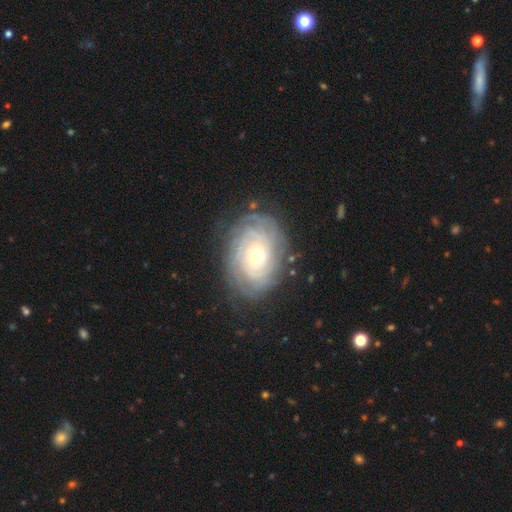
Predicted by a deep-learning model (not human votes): Q: Smooth or featured?
A: featured or disk (85%); runner-up: smooth (9%)
Q: Edge-on disk?
A: no (97%); runner-up: yes (3%)
Q: Bar?
A: no (80%); runner-up: weak (15%)
Q: Spiral arms?
A: yes (96%); runner-up: no (4%)
Q: Spiral winding?
A: tight (84%); runner-up: medium (13%)
Q: Spiral arm count?
A: can't tell (36%); runner-up: 4 (19%)
Q: Bulge size?
A: small (56%); runner-up: moderate (40%)
Q: Merging?
A: none (79%); runner-up: minor disturbance (14%)